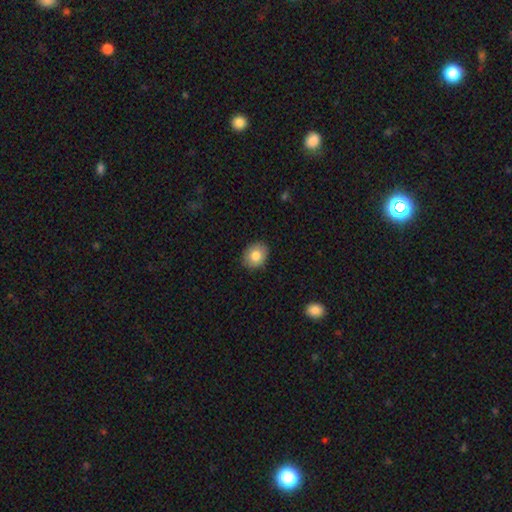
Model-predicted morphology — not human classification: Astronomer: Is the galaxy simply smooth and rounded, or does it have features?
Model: smooth — 82%.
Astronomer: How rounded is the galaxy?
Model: round — 55% (runner-up: in between, 44%).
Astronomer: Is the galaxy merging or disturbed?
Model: none — 89%.